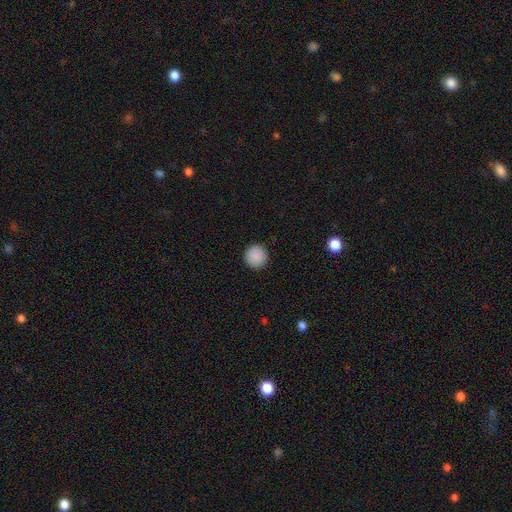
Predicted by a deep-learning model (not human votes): This is clearly a smooth galaxy (89%). How rounded: clearly round (95%). Merging: clearly none (92%).